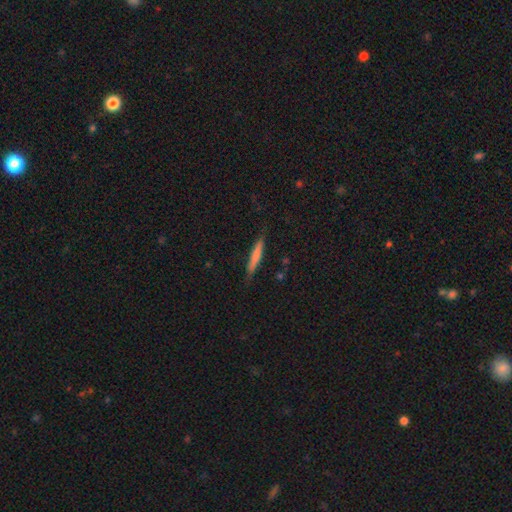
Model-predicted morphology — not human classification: Q: Smooth or featured?
A: smooth (68%); runner-up: featured or disk (26%)
Q: How rounded?
A: cigar-shaped (93%); runner-up: in between (6%)
Q: Merging?
A: none (83%); runner-up: minor disturbance (13%)